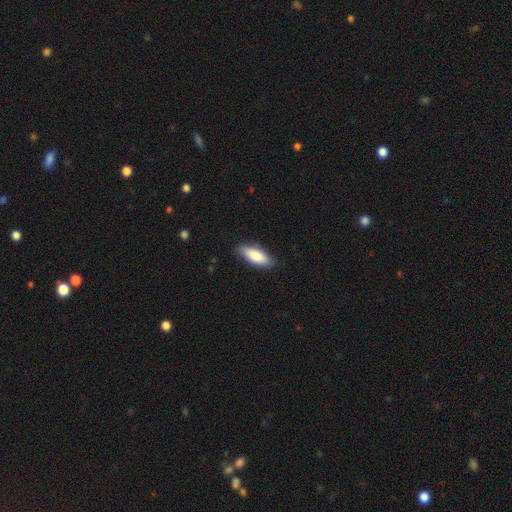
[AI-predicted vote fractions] The model was most divided on "how rounded": in between: 75%, cigar-shaped: 23%, round: 2%. More confident: smooth or featured — smooth (83%); merging — none (79%).